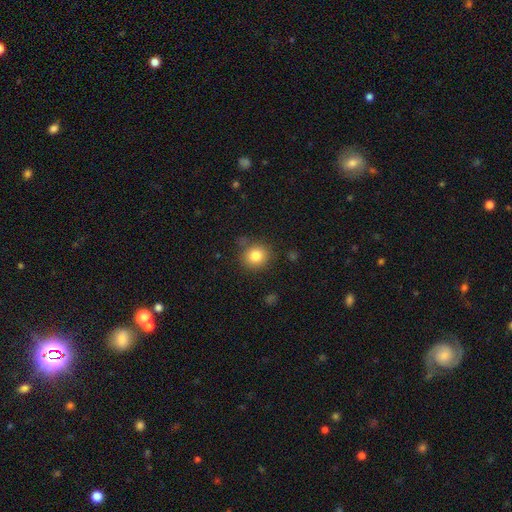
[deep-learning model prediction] Smooth or featured? Predicted: smooth (p=0.82). How rounded? Predicted: round (p=0.86). Merging? Predicted: none (p=0.81).